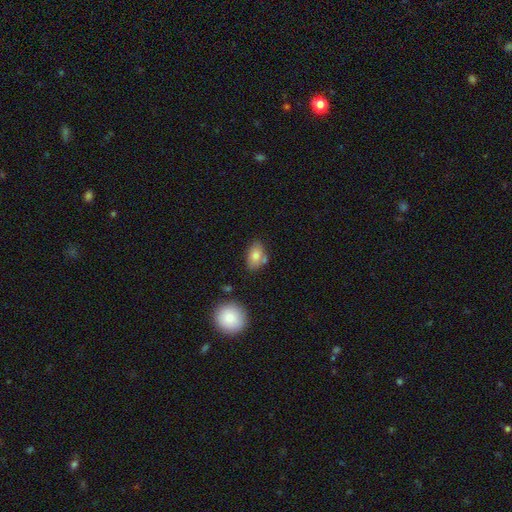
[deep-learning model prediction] smooth_or_featured: smooth (p=0.77) [alt: featured or disk p=0.14]
how_rounded: in between (p=0.83) [alt: round p=0.15]
merging: none (p=0.64) [alt: minor disturbance p=0.18]